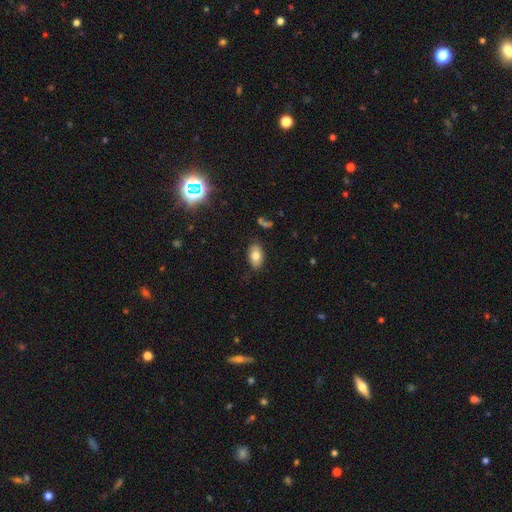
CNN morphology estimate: Smooth or featured: smooth — 78% (featured or disk — 13%)
How rounded: in between — 92% (round — 6%)
Merging: none — 83% (minor disturbance — 12%)